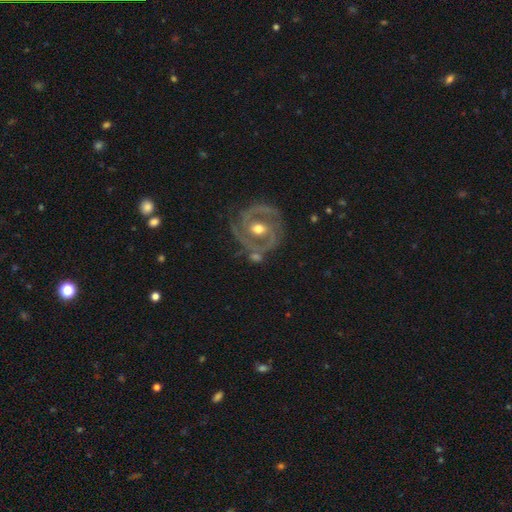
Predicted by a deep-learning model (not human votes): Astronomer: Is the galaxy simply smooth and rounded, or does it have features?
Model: featured or disk — 86%.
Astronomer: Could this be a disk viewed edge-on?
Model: no — 97%.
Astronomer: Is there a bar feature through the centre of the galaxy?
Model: no — 41% (runner-up: weak, 39%).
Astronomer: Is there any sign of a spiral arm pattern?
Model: yes — 94%.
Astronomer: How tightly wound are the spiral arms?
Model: tight — 53% (runner-up: medium, 40%).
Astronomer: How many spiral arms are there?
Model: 2 — 74%.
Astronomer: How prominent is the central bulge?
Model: moderate — 78%.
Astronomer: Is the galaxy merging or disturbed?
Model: none — 69%.